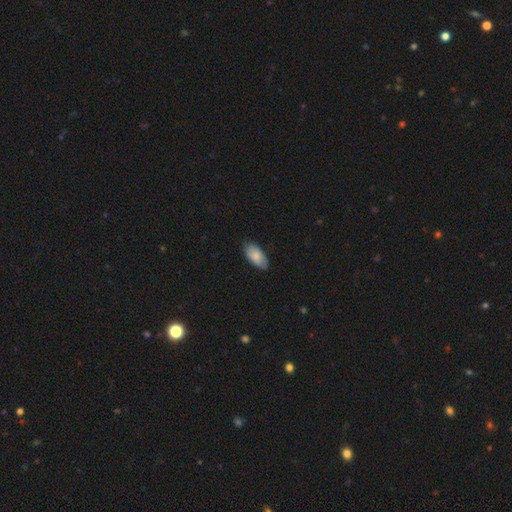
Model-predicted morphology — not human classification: Smooth or featured?
  - smooth: 83% *
  - featured or disk: 12%
  - star or artifact: 6%
How rounded?
  - in between: 94% *
  - cigar-shaped: 4%
  - round: 2%
Merging?
  - none: 82% *
  - minor disturbance: 15%
  - major disturbance: 2%
  - merger: 1%